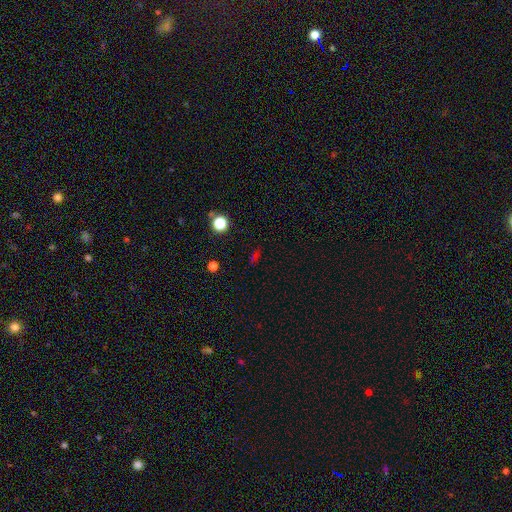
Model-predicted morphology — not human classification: smooth-or-featured: star or artifact: 48% | smooth: 42% | featured or disk: 9%